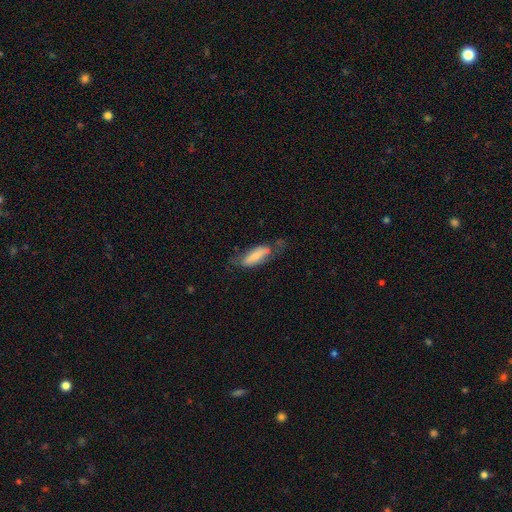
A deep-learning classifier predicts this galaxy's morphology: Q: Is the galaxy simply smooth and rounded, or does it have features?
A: smooth — 61%.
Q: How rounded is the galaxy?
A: in between — 63%.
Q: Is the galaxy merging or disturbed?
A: none — 51%.